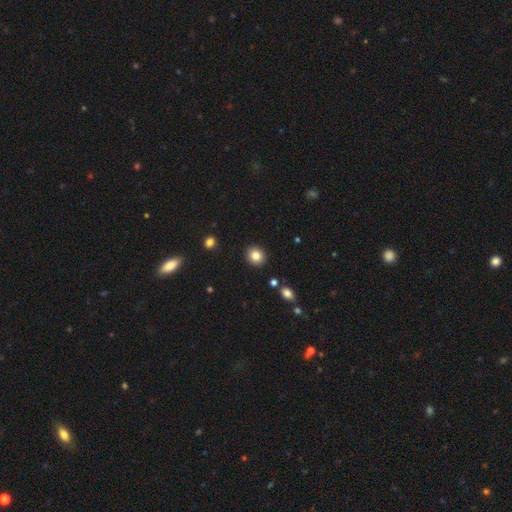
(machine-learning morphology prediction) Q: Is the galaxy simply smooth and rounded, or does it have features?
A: smooth — 83%.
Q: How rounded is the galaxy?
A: round — 82%.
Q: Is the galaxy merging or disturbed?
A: none — 91%.